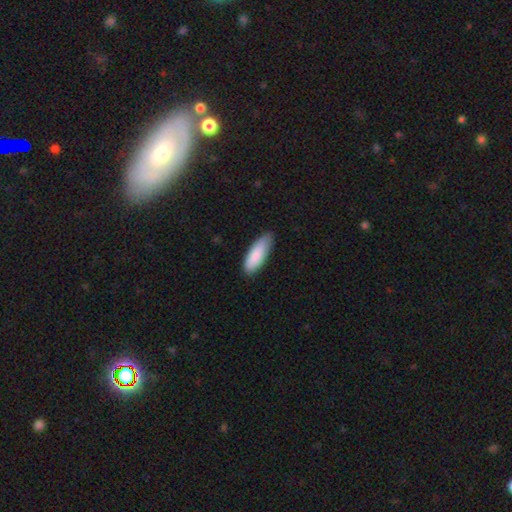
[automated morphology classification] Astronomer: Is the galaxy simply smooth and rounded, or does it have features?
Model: smooth — 88%.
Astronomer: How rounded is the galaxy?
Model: in between — 63%.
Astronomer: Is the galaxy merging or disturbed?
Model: none — 76%.